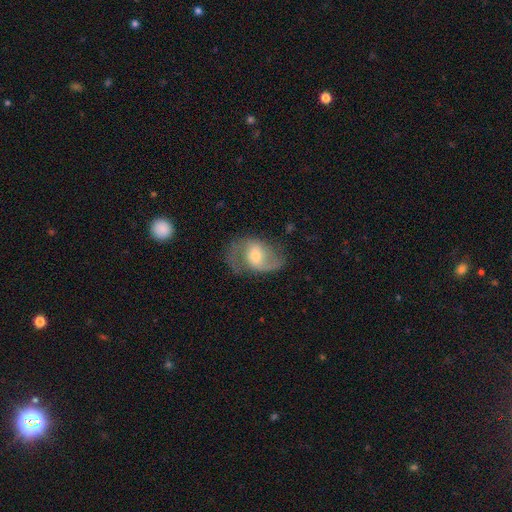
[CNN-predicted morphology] The model was most divided on "spiral winding": medium: 45%, loose: 43%, tight: 12%. Remaining: edge-on disk — no (97%); spiral arms — yes (90%); spiral arm count — 2 (86%); smooth or featured — featured or disk (76%); merging — none (64%); bulge size — moderate (56%); bar — weak (45%).